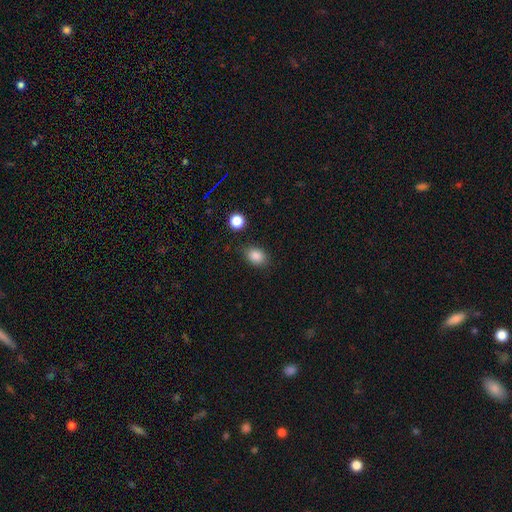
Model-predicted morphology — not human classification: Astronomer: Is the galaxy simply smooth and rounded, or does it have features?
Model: smooth — 85%.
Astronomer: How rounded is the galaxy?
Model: in between — 71%.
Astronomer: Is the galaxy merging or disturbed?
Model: none — 80%.